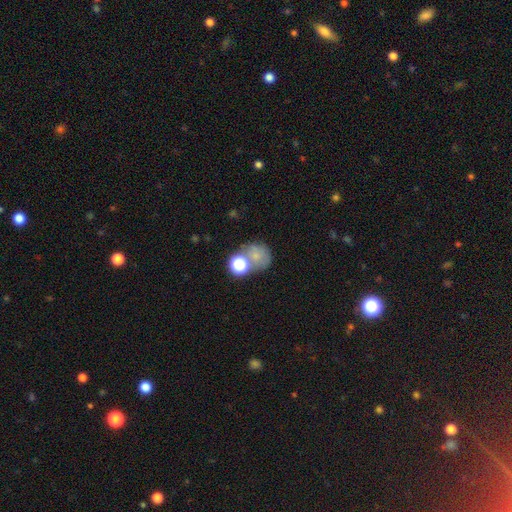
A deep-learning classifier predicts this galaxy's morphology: Smooth or featured? smooth (64%)
How rounded? round (73%)
Merging? none (42%)